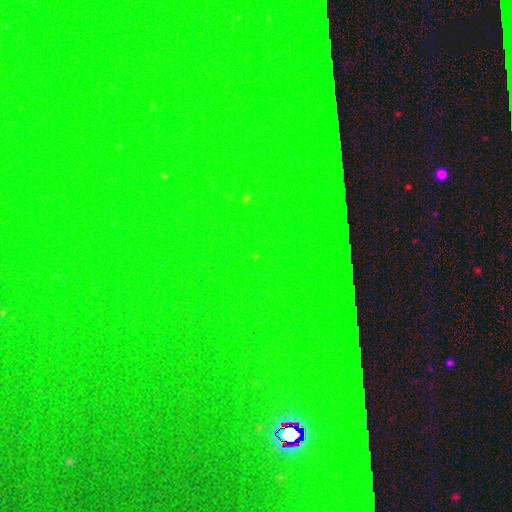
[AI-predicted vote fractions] Q: Smooth or featured?
A: star or artifact (85%); runner-up: smooth (8%)